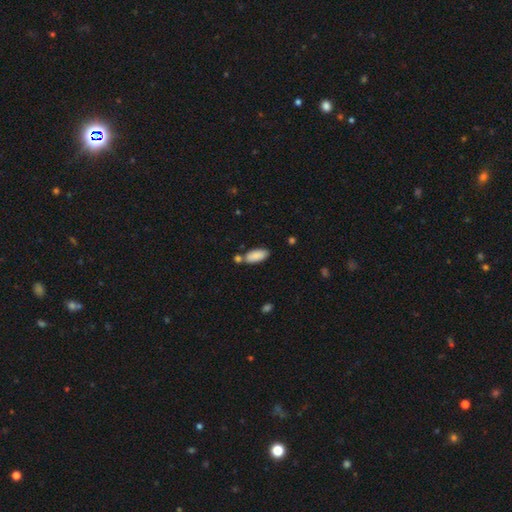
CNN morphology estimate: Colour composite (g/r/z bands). It shows a smooth galaxy with no disk features (88%) that is in between round and cigar-shaped (86%). Merging: none (67%).